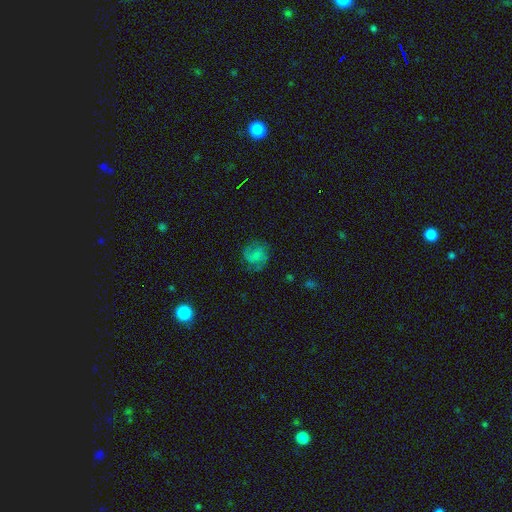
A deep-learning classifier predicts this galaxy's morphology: A smooth galaxy with no disk features (52%) that is round (74%). Merging: none (64%).